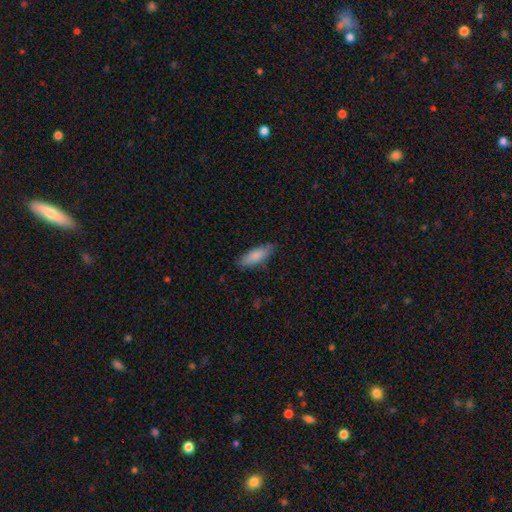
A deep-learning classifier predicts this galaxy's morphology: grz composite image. It shows a smooth galaxy with no disk features (82%) that is in between round and cigar-shaped (63%). Merging: none (82%).